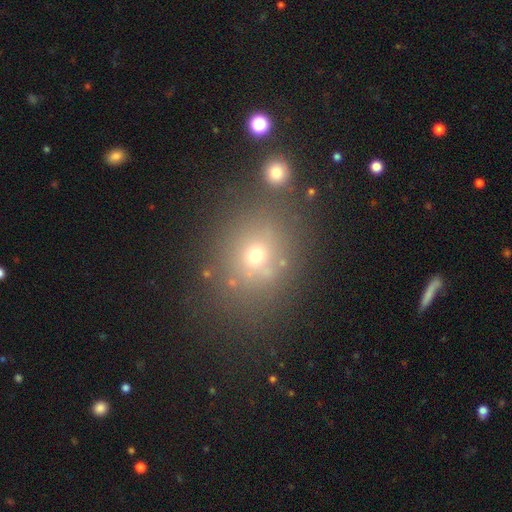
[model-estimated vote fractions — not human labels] smooth_or_featured: smooth (p=0.58) [alt: star or artifact p=0.28]
how_rounded: round (p=0.68) [alt: in between p=0.31]
merging: none (p=0.74) [alt: minor disturbance p=0.11]